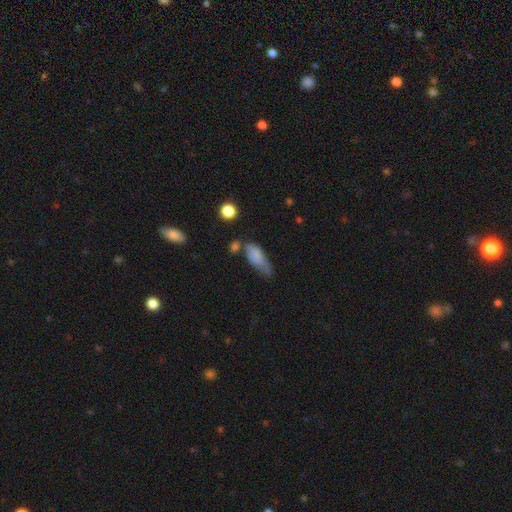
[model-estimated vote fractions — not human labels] Smooth or featured?
  - smooth: 74% *
  - featured or disk: 18%
  - star or artifact: 9%
How rounded?
  - in between: 78% *
  - cigar-shaped: 18%
  - round: 4%
Merging?
  - minor disturbance: 35% *
  - none: 30%
  - major disturbance: 21%
  - merger: 14%